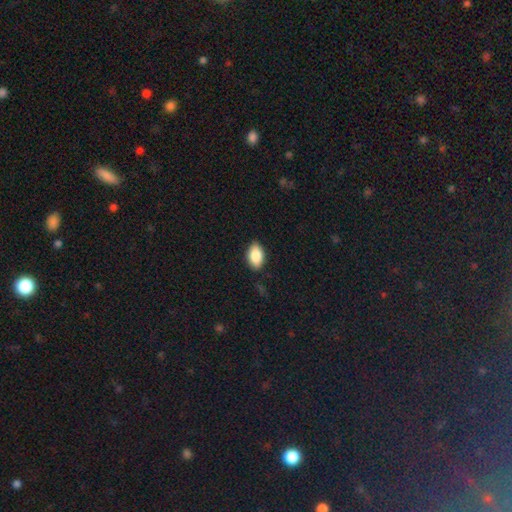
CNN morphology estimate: Overall: smooth (85%). How rounded: in between (90%). Merging: none (86%).